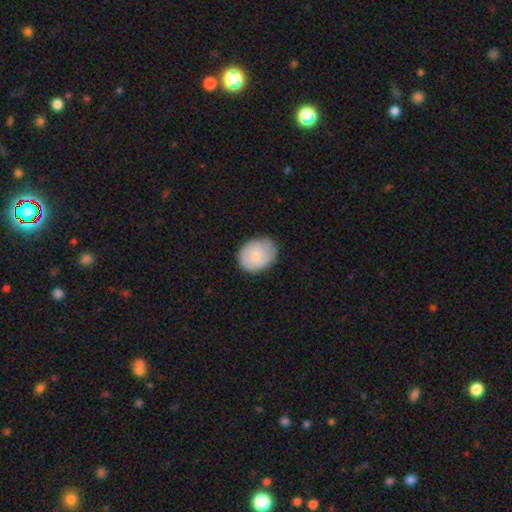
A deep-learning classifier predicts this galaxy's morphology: type=smooth (64%); roundness=in between (52%); merging=none (73%).